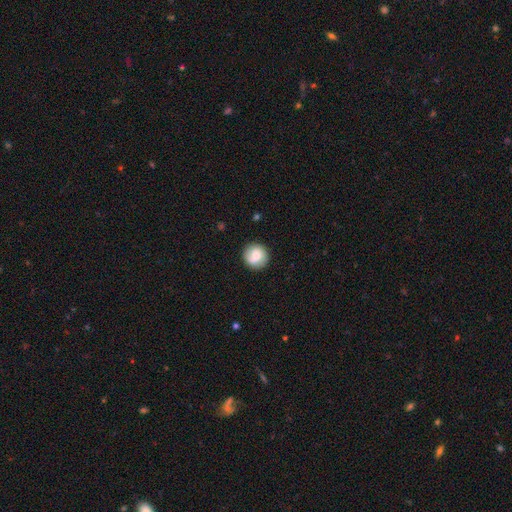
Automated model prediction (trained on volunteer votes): Smooth or featured? Predicted: smooth (p=0.71). How rounded? Predicted: round (p=0.93). Merging? Predicted: none (p=0.84).